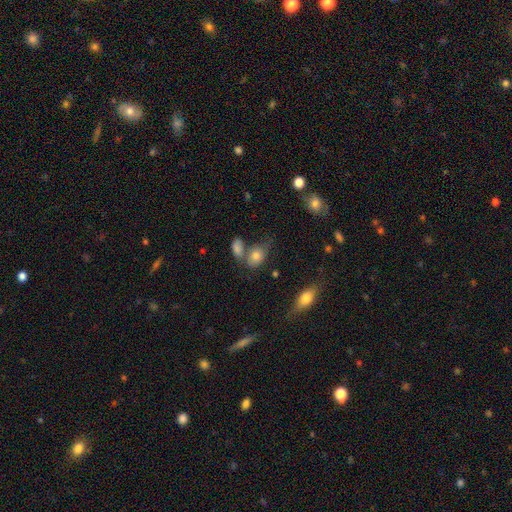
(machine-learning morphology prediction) A smooth galaxy with no disk features (77%) that is in between round and cigar-shaped (75%).

Vote fractions:
- Smooth or featured? smooth: 77% / featured or disk: 12% / star or artifact: 11%
- How rounded? in between: 75% / round: 23% / cigar-shaped: 2%
- Merging? none: 42% / merger: 30% / minor disturbance: 19% / major disturbance: 9%